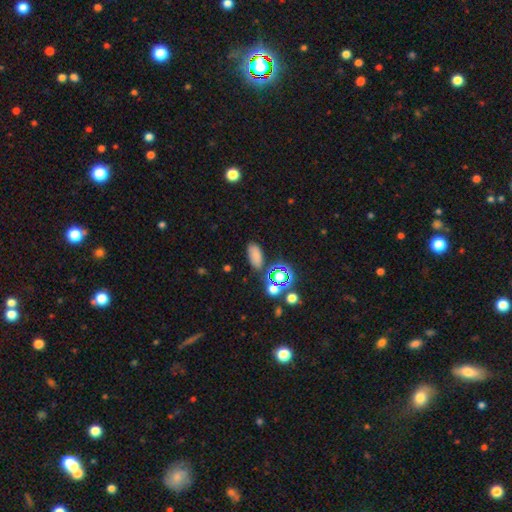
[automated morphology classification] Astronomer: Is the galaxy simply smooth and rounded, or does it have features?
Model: smooth — 72%.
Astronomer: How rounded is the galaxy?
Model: in between — 88%.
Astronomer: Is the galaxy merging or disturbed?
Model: none — 77%.